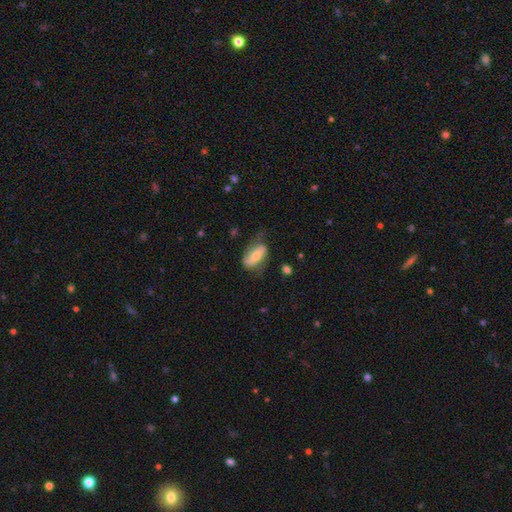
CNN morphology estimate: featured or disk 53%, smooth 40%, star or artifact 7%. Down the decision tree: edge-on disk — no (88%); merging — none (53%).